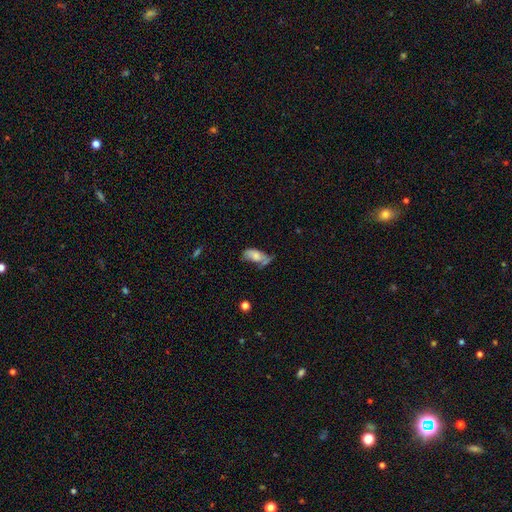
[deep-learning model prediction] A smooth galaxy with no disk features (64%) that is in between round and cigar-shaped (89%). Merging: minor disturbance (30%).